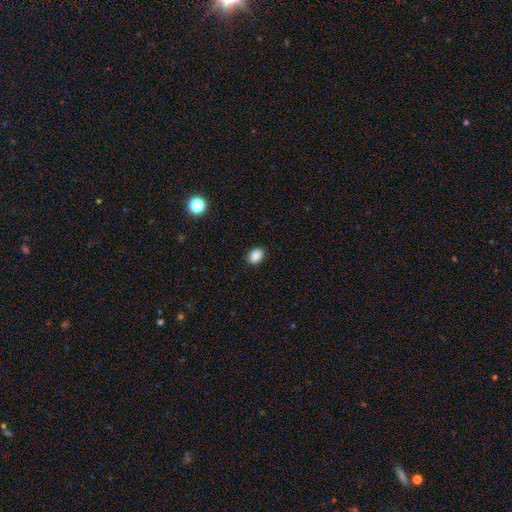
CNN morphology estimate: smooth 88%, star or artifact 9%, featured or disk 3%. Down the decision tree: how rounded — in between (68%); merging — none (88%).